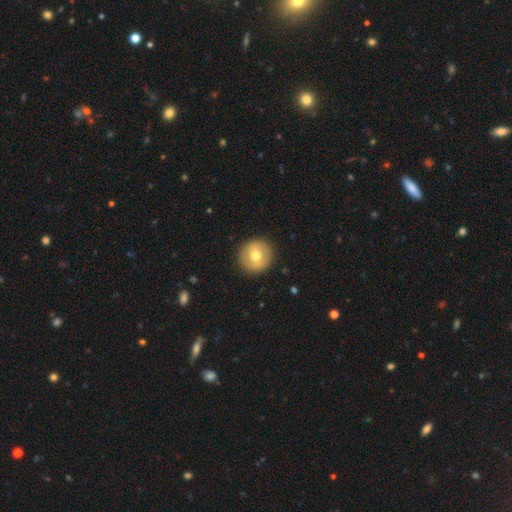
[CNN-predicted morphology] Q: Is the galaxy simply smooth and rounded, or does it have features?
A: smooth — 63%.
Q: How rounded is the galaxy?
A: round — 94%.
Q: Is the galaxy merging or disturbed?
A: none — 90%.